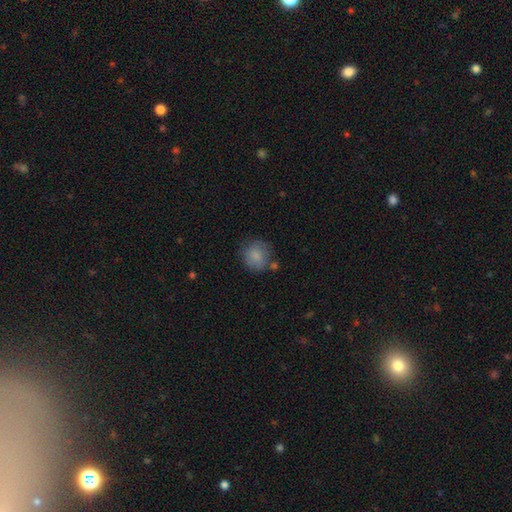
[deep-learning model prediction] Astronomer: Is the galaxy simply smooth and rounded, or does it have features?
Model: smooth — 84%.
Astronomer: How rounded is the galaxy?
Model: round — 86%.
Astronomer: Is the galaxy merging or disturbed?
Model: none — 68%.